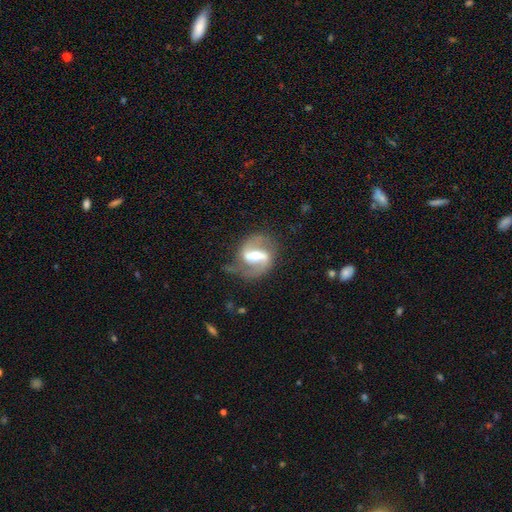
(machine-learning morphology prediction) smooth-or-featured: featured or disk: 87% | smooth: 8% | star or artifact: 5%
  disk-edge-on: no: 97% | yes: 3%
    bar: strong: 51% | weak: 34% | no: 15%
    has-spiral-arms: yes: 94% | no: 6%
      spiral-winding: medium: 51% | loose: 34% | tight: 15%
      spiral-arm-count: 2: 91% | can't tell: 3% | 1: 3% | 3: 1% | 4: 1% | more than 4: 1%
    bulge-size: moderate: 61% | small: 28% | large: 8% | none: 2% | dominant: 1%
  merging: none: 69% | minor disturbance: 18% | major disturbance: 10% | merger: 3%